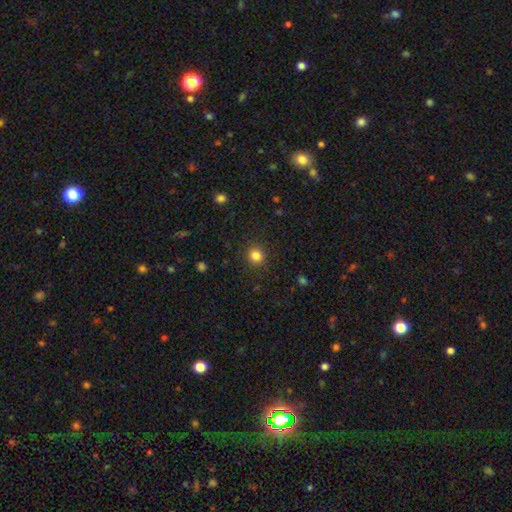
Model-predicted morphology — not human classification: This appears to be a smooth galaxy with no disk features (83%) that is round (88%). Merging: none (90%).